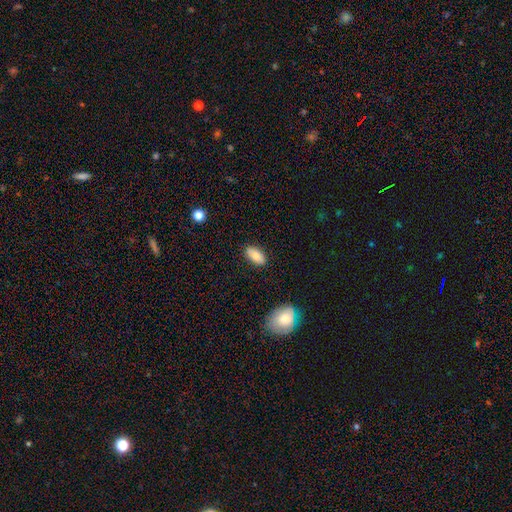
Q: Smooth or featured?
A: smooth (79%); runner-up: featured or disk (10%)
Q: How rounded?
A: in between (94%); runner-up: cigar-shaped (6%)
Q: Merging?
A: none (89%); runner-up: minor disturbance (11%)